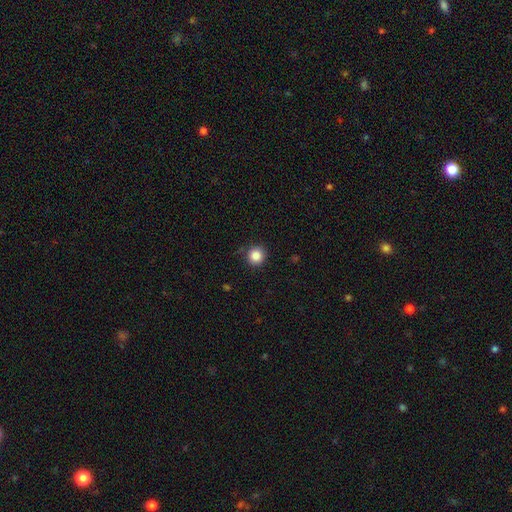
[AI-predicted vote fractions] A smooth galaxy with no disk features (86%) that is round (94%).

Vote fractions:
- Smooth or featured? smooth: 86% / star or artifact: 10% / featured or disk: 4%
- How rounded? round: 94% / in between: 5% / cigar-shaped: 1%
- Merging? none: 87% / minor disturbance: 9% / major disturbance: 3% / merger: 1%